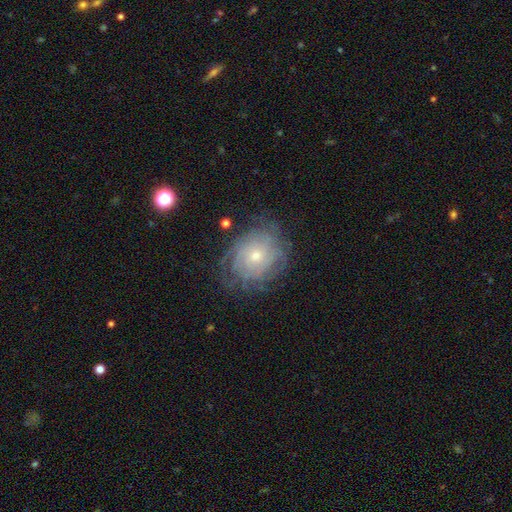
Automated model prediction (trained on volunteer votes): Smooth or featured? Predicted: featured or disk (p=0.69). Edge-on disk? Predicted: no (p=0.97). Bar? Predicted: no (p=0.82). Spiral arms? Predicted: yes (p=0.83). Spiral winding? Predicted: tight (p=0.71). Spiral arm count? Predicted: can't tell (p=0.61). Bulge size? Predicted: small (p=0.57). Merging? Predicted: none (p=0.70).